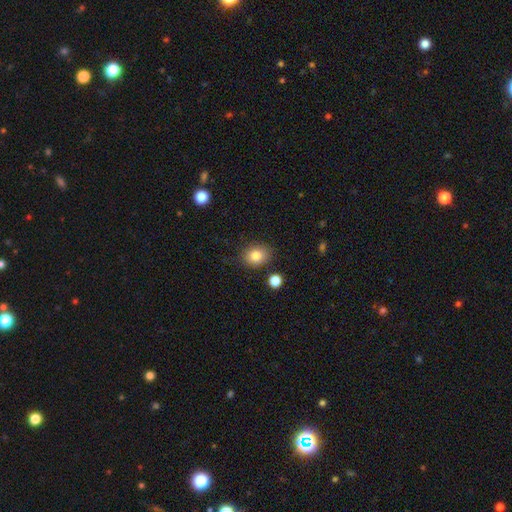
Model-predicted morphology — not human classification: smooth 84%, star or artifact 9%, featured or disk 7%. Down the decision tree: how rounded — in between (51%); merging — none (83%).